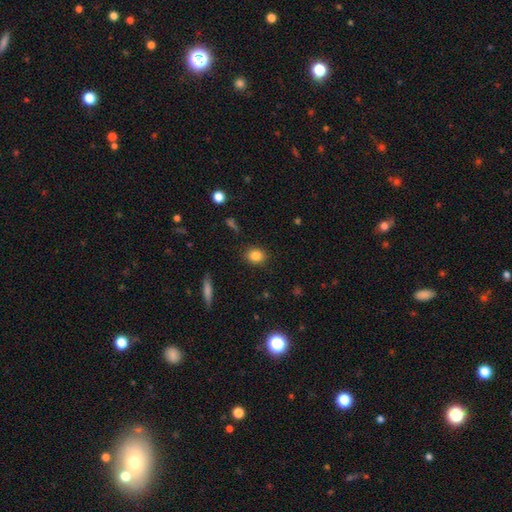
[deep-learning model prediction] This appears to be a smooth galaxy with no disk features (84%) that is round (57%). Merging: none (86%).